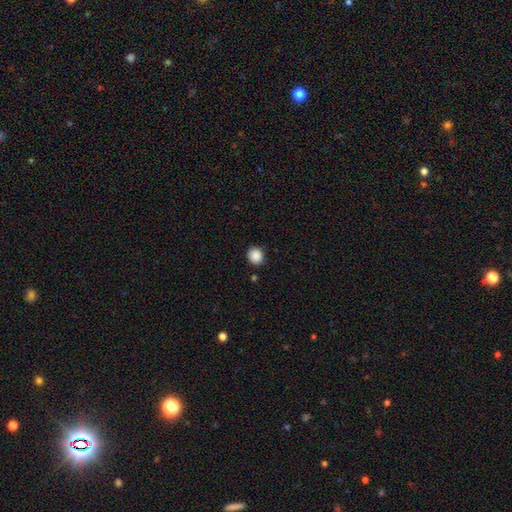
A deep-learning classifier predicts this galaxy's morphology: Overall: smooth (88%). How rounded: round (72%). Merging: none (87%).